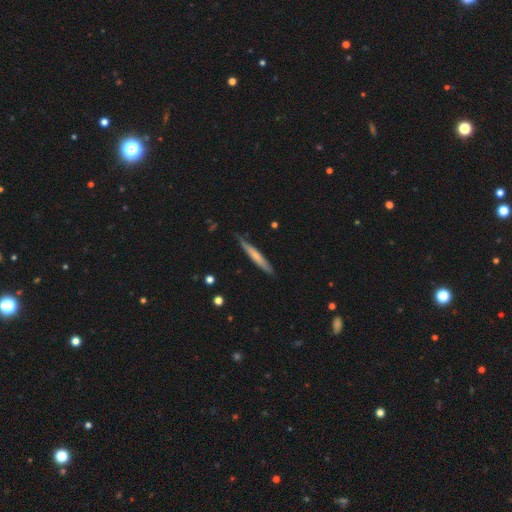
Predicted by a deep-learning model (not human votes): smooth 59%, featured or disk 36%, star or artifact 5%. Down the decision tree: how rounded — cigar-shaped (95%); merging — none (75%).